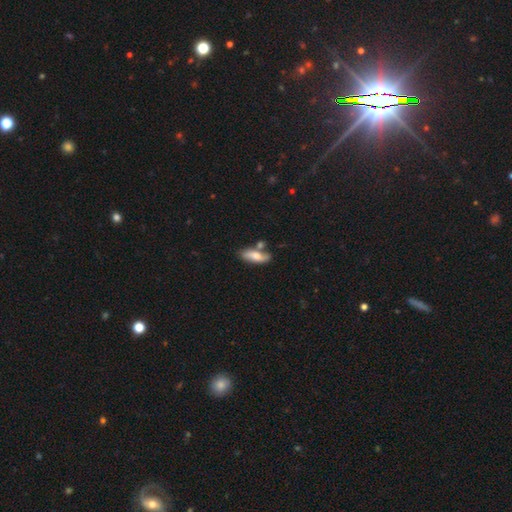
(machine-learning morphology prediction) Q: Smooth or featured?
A: smooth (67%); runner-up: featured or disk (27%)
Q: How rounded?
A: in between (69%); runner-up: cigar-shaped (28%)
Q: Merging?
A: none (57%); runner-up: minor disturbance (19%)